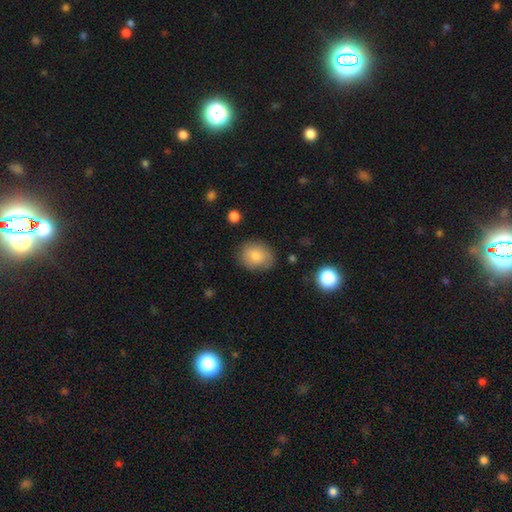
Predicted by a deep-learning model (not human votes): Overall: smooth (81%). How rounded: round (56%; in between 43%). Merging: none (75%).